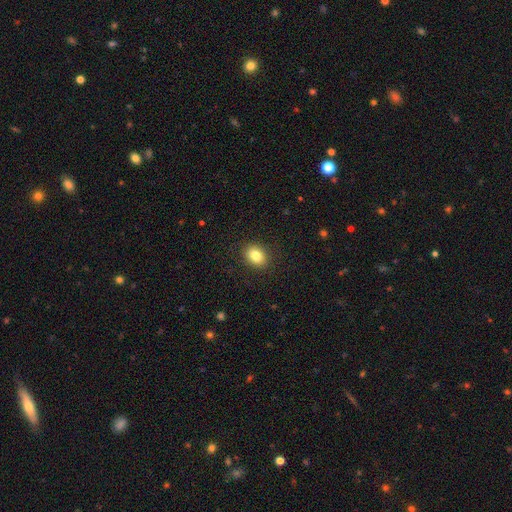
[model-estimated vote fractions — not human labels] smooth_or_featured: smooth (p=0.84) [alt: star or artifact p=0.09]
how_rounded: in between (p=0.60) [alt: round p=0.39]
merging: none (p=0.89) [alt: minor disturbance p=0.08]